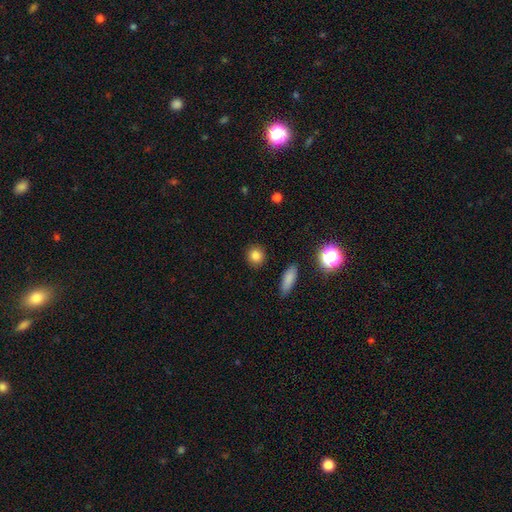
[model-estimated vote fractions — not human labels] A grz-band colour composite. It shows a smooth galaxy with no disk features (83%) that is round (86%). Merging: none (90%).